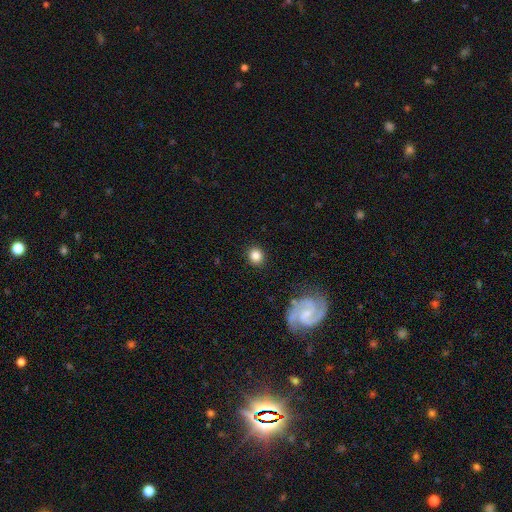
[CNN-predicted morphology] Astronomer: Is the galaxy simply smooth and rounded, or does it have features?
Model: smooth — 83%.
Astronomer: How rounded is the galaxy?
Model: round — 83%.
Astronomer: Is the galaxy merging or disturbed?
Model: none — 91%.